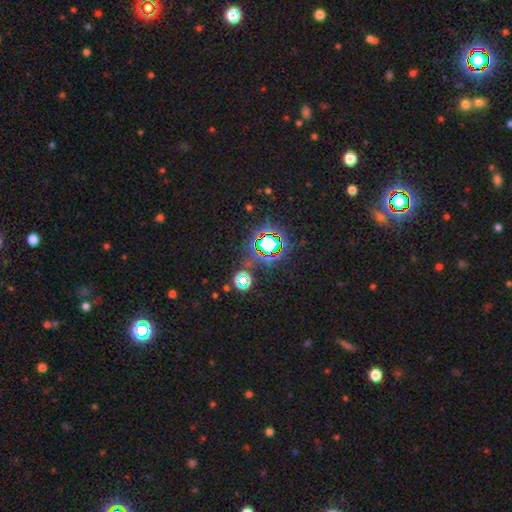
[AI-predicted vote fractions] Overall: star or artifact (79%).